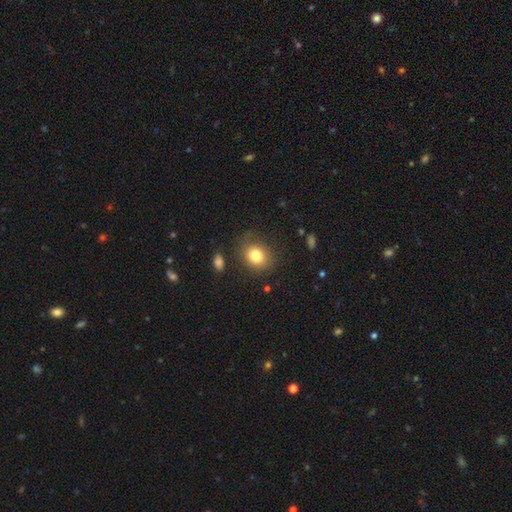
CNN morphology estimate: The model was most divided on "how rounded": round: 59%, in between: 40%, cigar-shaped: 1%. More confident: smooth or featured — smooth (80%); merging — none (79%).